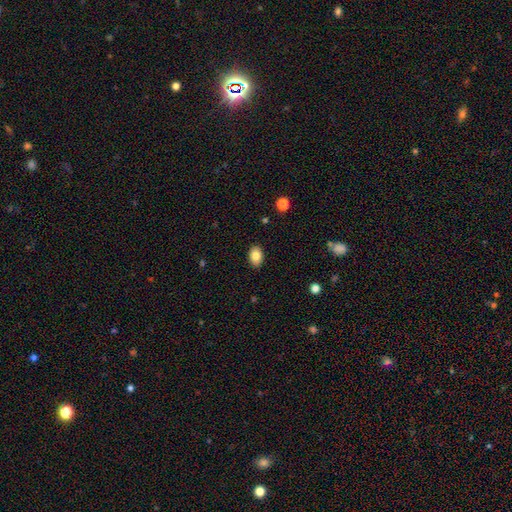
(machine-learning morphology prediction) type=smooth (84%); roundness=in between (84%); merging=none (89%).